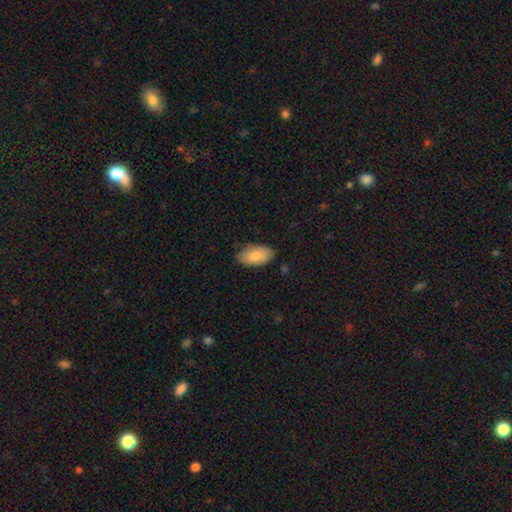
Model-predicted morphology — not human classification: Q: Smooth or featured?
A: smooth (81%); runner-up: featured or disk (13%)
Q: How rounded?
A: in between (95%); runner-up: round (3%)
Q: Merging?
A: none (77%); runner-up: minor disturbance (19%)